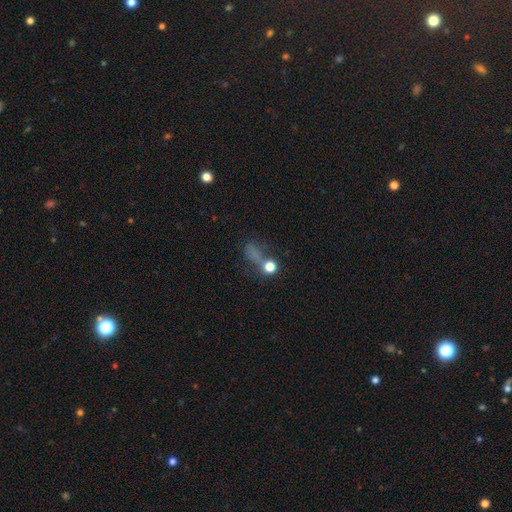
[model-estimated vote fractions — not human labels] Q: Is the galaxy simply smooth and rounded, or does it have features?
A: smooth — 52%.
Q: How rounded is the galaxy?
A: round — 50%.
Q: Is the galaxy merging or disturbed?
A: none — 38%.